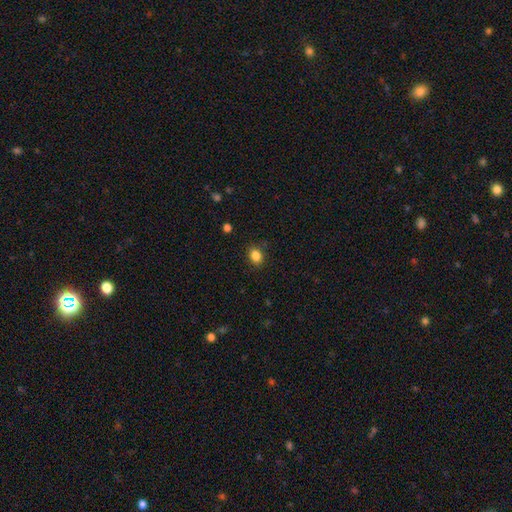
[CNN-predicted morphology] smooth_or_featured: smooth (p=0.85) [alt: star or artifact p=0.11]
how_rounded: in between (p=0.54) [alt: round p=0.45]
merging: none (p=0.86) [alt: minor disturbance p=0.10]